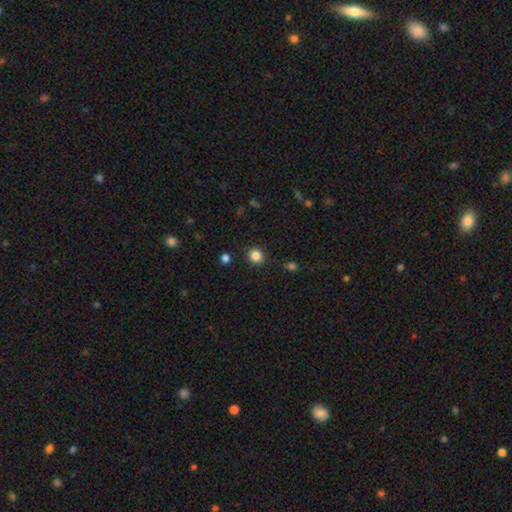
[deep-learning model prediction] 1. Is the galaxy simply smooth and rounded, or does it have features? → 85% smooth, 11% star or artifact, 4% featured or disk.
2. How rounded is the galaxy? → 83% round, 16% in between, 1% cigar-shaped.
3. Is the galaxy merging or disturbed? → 89% none, 7% minor disturbance, 2% major disturbance, 2% merger.